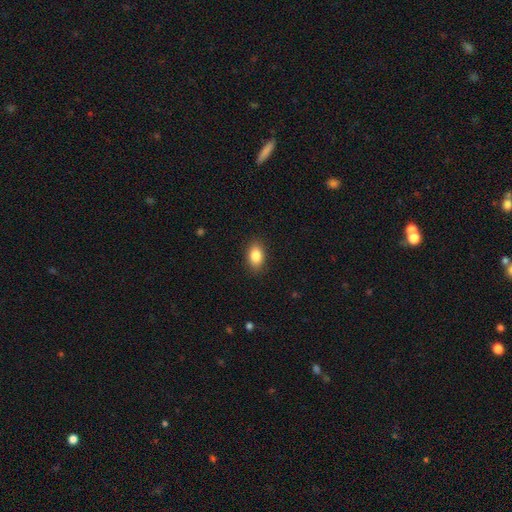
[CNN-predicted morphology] Smooth or featured? Predicted: smooth (p=0.86). How rounded? Predicted: in between (p=0.86). Merging? Predicted: none (p=0.88).